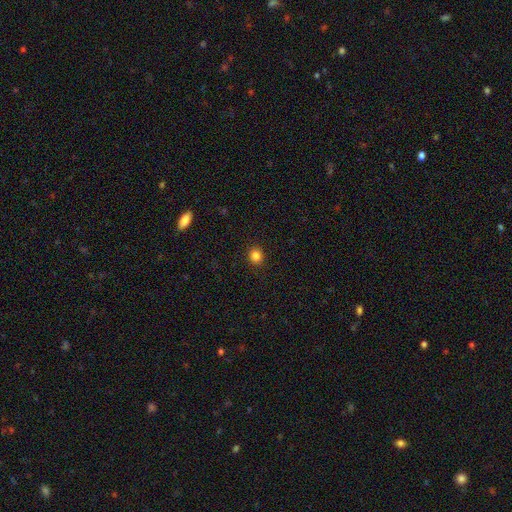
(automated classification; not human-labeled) Morphology: type=smooth (84%); roundness=round (83%); merging=none (91%).